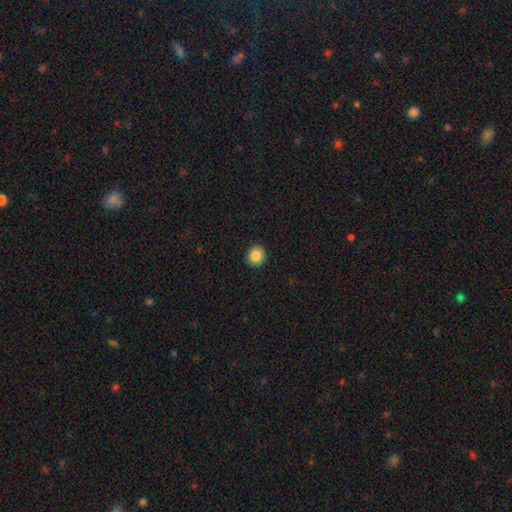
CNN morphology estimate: A smooth galaxy with no disk features (86%) that is round (90%). Merging: none (93%).